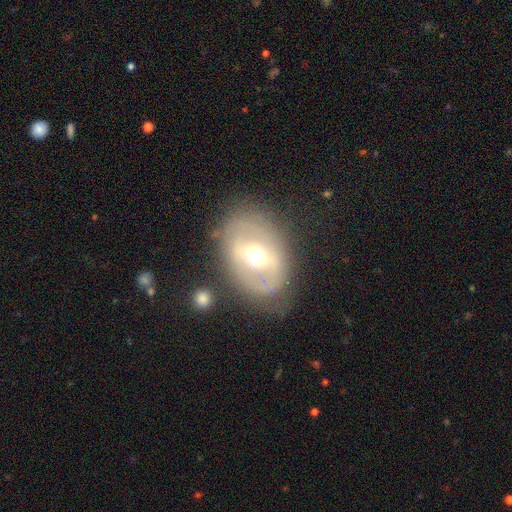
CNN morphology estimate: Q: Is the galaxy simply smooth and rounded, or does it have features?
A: featured or disk — 60%.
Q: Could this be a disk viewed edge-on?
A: no — 92%.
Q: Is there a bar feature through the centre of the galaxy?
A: weak — 38%.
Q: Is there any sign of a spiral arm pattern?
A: no — 71%.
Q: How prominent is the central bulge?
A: moderate — 72%.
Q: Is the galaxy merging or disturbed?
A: none — 74%.